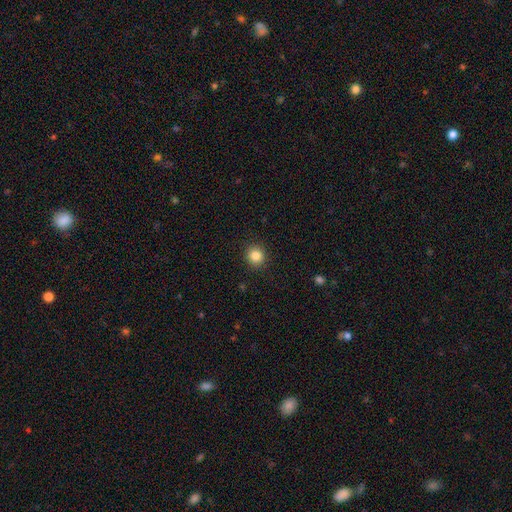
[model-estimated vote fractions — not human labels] Q: Smooth or featured?
A: smooth (84%); runner-up: star or artifact (11%)
Q: How rounded?
A: round (92%); runner-up: in between (7%)
Q: Merging?
A: none (91%); runner-up: minor disturbance (6%)